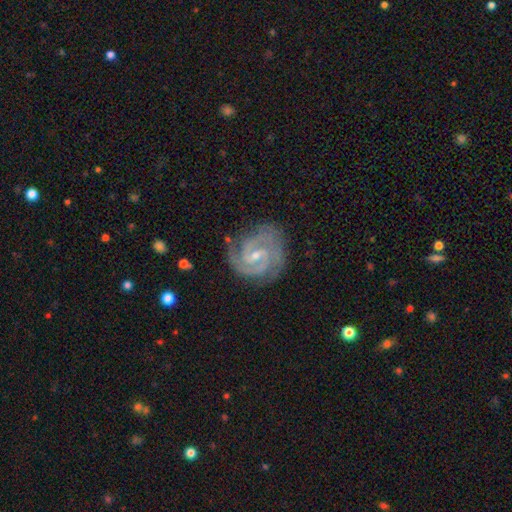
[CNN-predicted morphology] featured or disk 92%, star or artifact 5%, smooth 3%. Down the decision tree: edge-on disk — no (98%); bar — weak (51%); spiral arms — yes (99%); spiral arm count — 2 (65%); spiral winding — tight (59%); bulge size — small (69%); merging — none (78%).